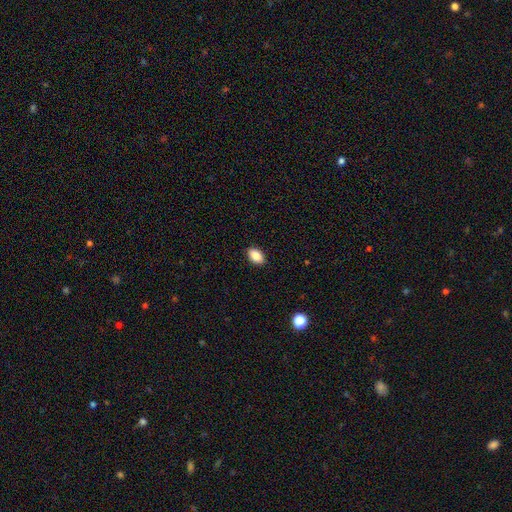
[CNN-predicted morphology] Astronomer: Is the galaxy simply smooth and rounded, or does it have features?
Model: smooth — 86%.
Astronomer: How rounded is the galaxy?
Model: in between — 90%.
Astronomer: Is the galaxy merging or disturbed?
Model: none — 90%.